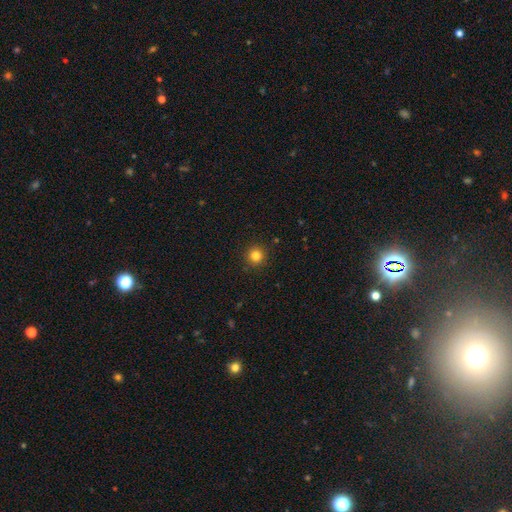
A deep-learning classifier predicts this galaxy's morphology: Q: Smooth or featured?
A: smooth (82%); runner-up: star or artifact (13%)
Q: How rounded?
A: round (95%); runner-up: in between (4%)
Q: Merging?
A: none (92%); runner-up: minor disturbance (5%)